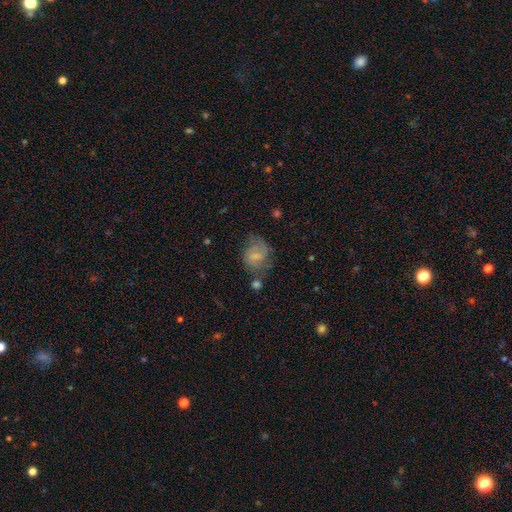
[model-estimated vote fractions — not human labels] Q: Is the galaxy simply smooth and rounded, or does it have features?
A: smooth — 46%.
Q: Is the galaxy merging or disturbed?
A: none — 48%.